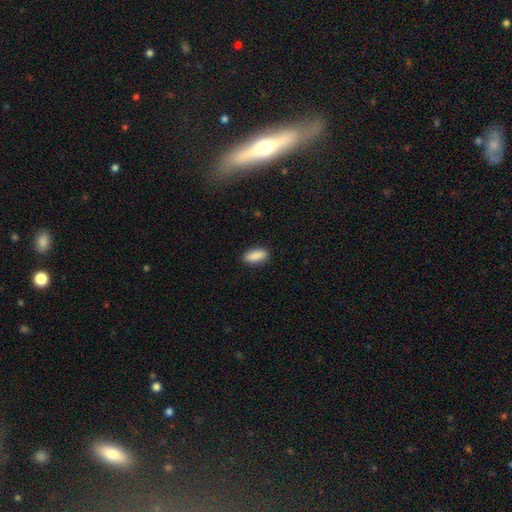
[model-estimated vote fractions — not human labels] The model was most divided on "how rounded": in between: 85%, cigar-shaped: 12%, round: 3%. More confident: smooth or featured — smooth (89%); merging — none (88%).